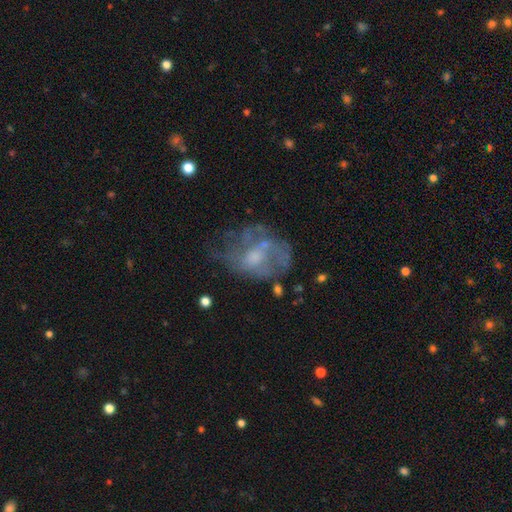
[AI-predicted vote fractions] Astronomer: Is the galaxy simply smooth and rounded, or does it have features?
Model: featured or disk — 61%.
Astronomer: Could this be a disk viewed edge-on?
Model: no — 97%.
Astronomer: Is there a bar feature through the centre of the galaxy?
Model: no — 71%.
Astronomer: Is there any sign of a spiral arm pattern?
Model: no — 59% (runner-up: yes, 41%).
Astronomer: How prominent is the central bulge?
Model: moderate — 43% (runner-up: small, 31%).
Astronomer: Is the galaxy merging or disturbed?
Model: none — 44% (runner-up: major disturbance, 28%).